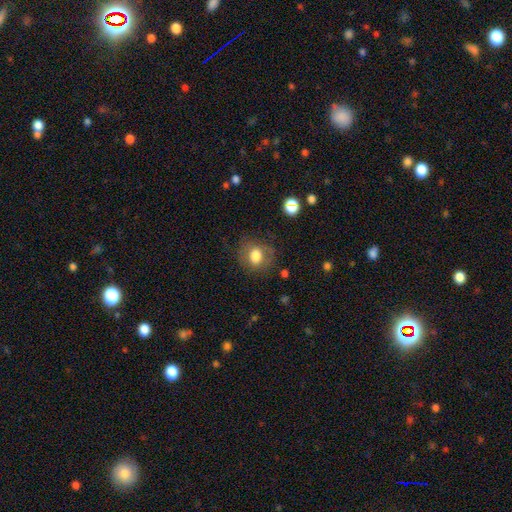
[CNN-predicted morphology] type=smooth (73%); roundness=round (66%); merging=none (72%).